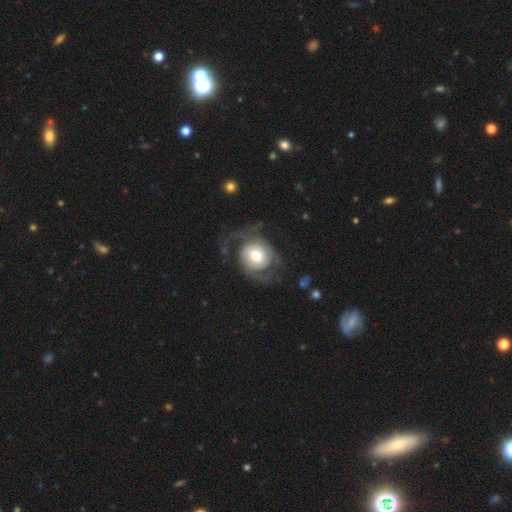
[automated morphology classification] Q: Smooth or featured?
A: featured or disk (66%); runner-up: smooth (28%)
Q: Edge-on disk?
A: no (97%); runner-up: yes (3%)
Q: Bar?
A: no (70%); runner-up: weak (23%)
Q: Spiral arms?
A: yes (81%); runner-up: no (19%)
Q: Spiral winding?
A: medium (40%); runner-up: loose (34%)
Q: Spiral arm count?
A: 2 (73%); runner-up: can't tell (11%)
Q: Bulge size?
A: moderate (52%); runner-up: large (30%)
Q: Merging?
A: none (49%); runner-up: major disturbance (30%)